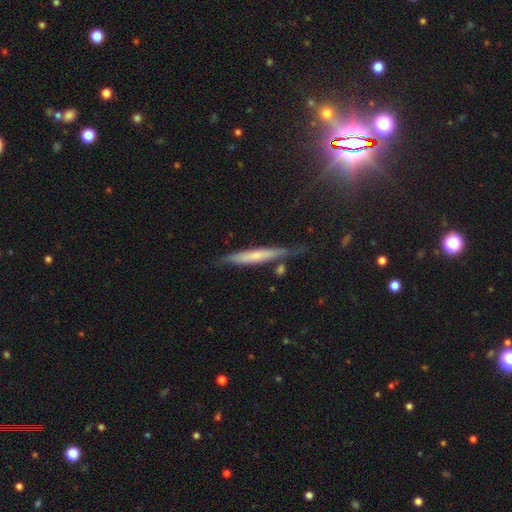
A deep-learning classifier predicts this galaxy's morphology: smooth 48%, featured or disk 45%, star or artifact 7%. Down the decision tree: merging — none (71%).